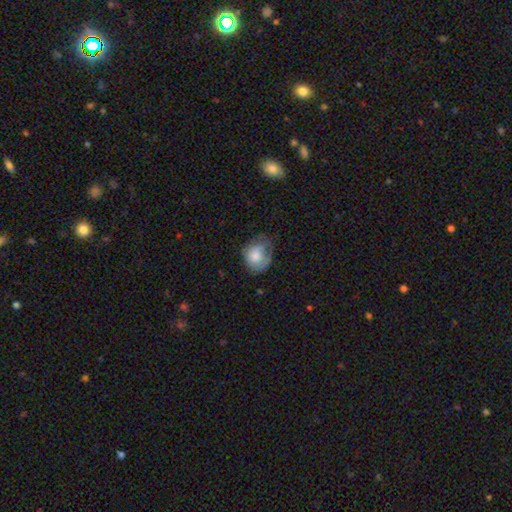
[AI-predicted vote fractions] smooth 70%, featured or disk 23%, star or artifact 7%. Down the decision tree: how rounded — round (51%); merging — none (41%).